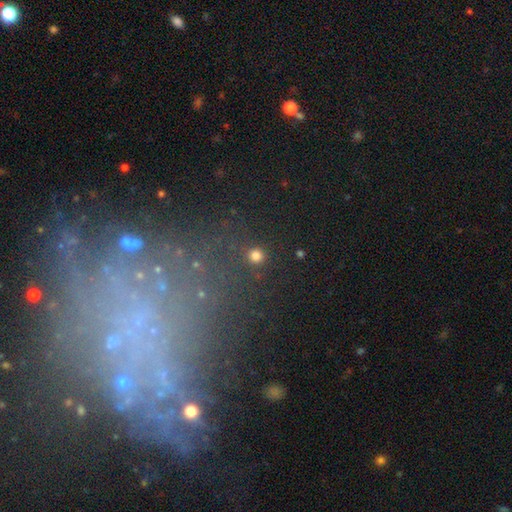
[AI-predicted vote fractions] Overall: smooth (79%). How rounded: round (95%). Merging: none (88%).